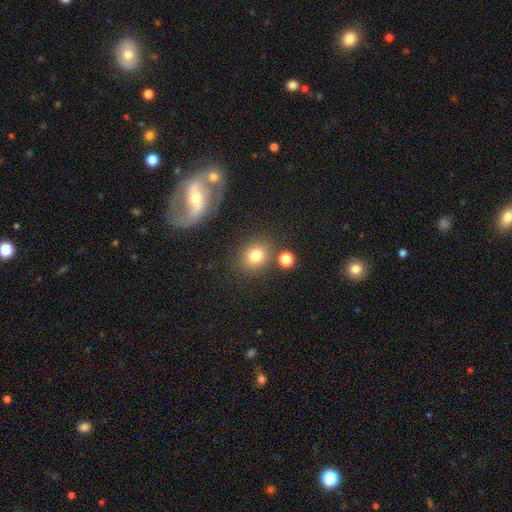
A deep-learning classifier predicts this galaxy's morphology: A smooth galaxy with no disk features (80%) that is round (61%). Merging: none (75%).